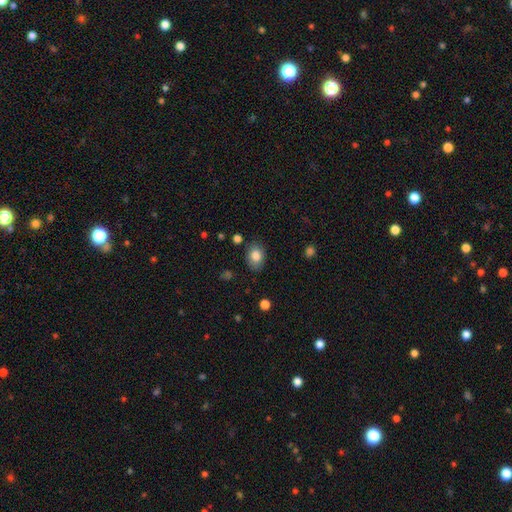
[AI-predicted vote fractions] smooth-or-featured: smooth: 83% | featured or disk: 9% | star or artifact: 9%
  how-rounded: in between: 74% | round: 25% | cigar-shaped: 1%
  merging: none: 81% | minor disturbance: 14% | major disturbance: 3% | merger: 2%